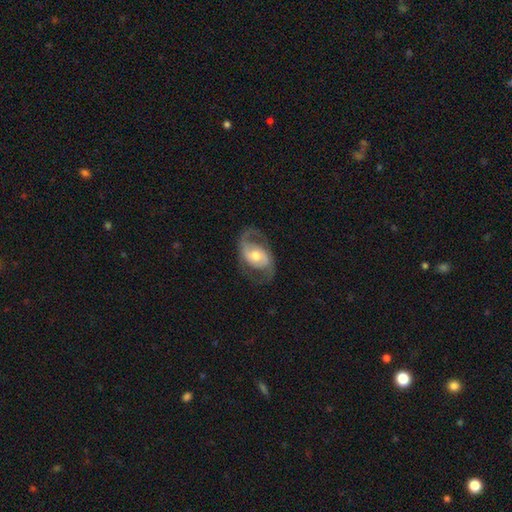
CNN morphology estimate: type=featured or disk (85%); edge-on=no (97%); bar=no (51%); spiral arms=yes (95%); winding=medium (51%); arm count=2 (90%); bulge=moderate (67%); merging=none (74%).